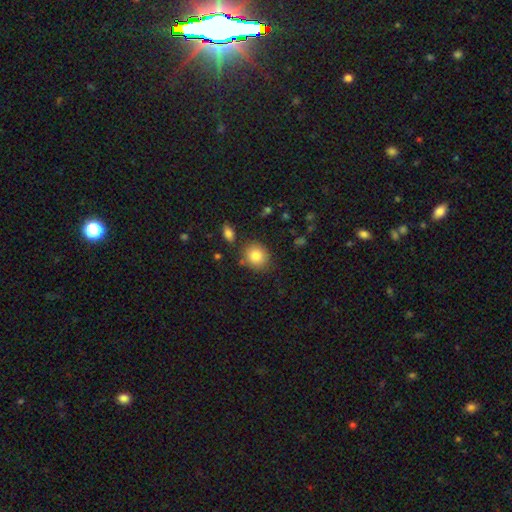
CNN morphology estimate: Overall: smooth (83%). How rounded: round (73%). Merging: none (81%).